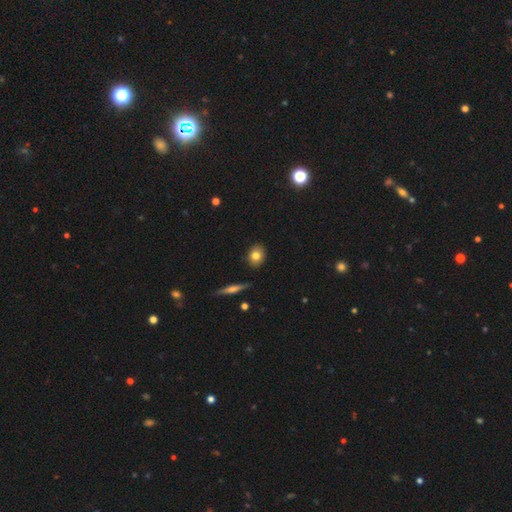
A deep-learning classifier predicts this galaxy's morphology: Overall: smooth (78%). How rounded: in between (54%; round 43%). Merging: none (86%).